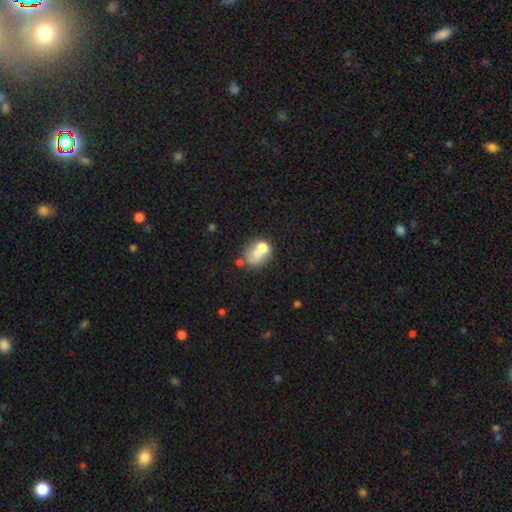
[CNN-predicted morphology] A smooth galaxy with no disk features (60%) that is in between round and cigar-shaped (52%). Merging: merger (49%).